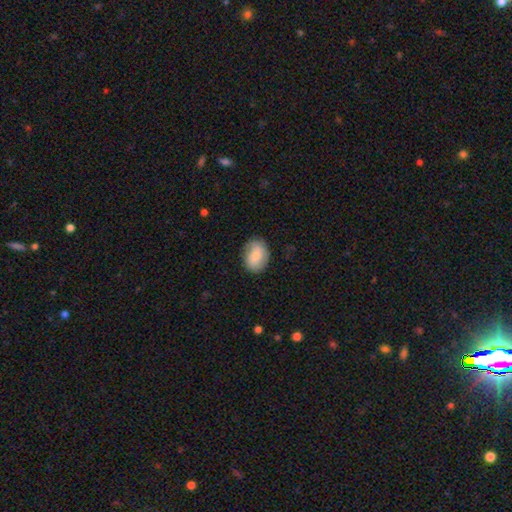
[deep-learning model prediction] smooth_or_featured: smooth (p=0.77) [alt: featured or disk p=0.17]
how_rounded: in between (p=0.68) [alt: round p=0.31]
merging: none (p=0.82) [alt: minor disturbance p=0.13]